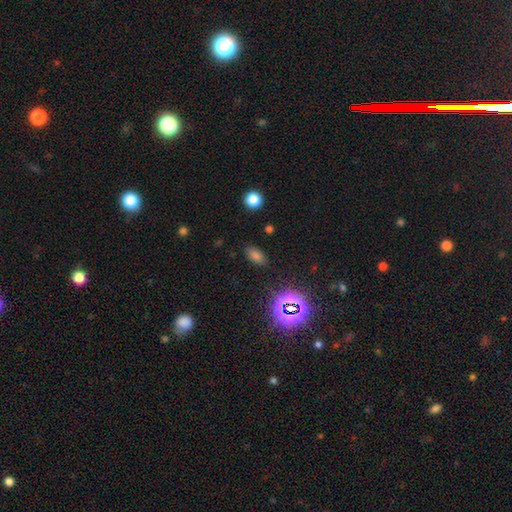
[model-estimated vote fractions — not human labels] Morphology: type=smooth (61%); roundness=in between (85%); merging=none (85%).